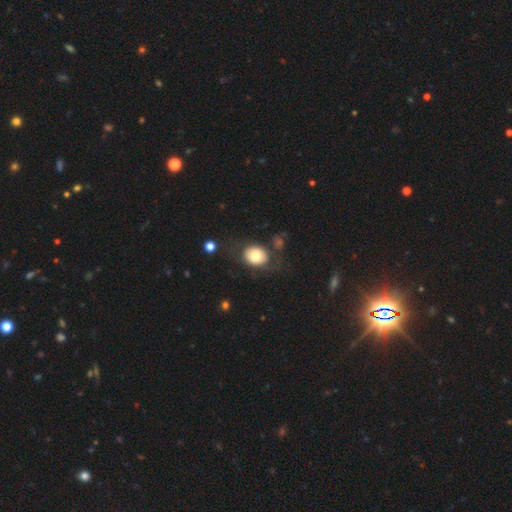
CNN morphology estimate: smooth_or_featured: smooth (p=0.74) [alt: featured or disk p=0.18]
how_rounded: in between (p=0.54) [alt: round p=0.45]
merging: none (p=0.70) [alt: minor disturbance p=0.15]